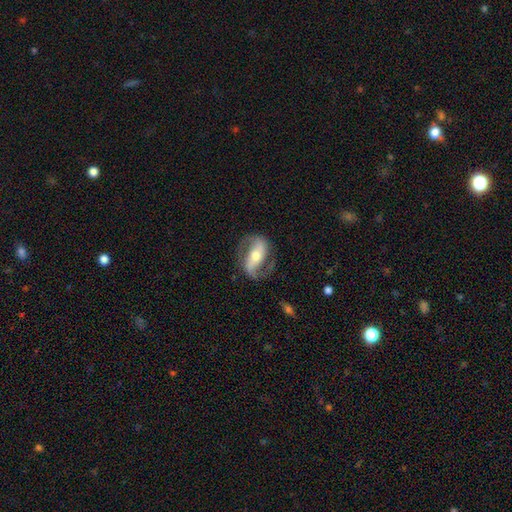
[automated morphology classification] This is clearly a featured or disk galaxy (84%). It is clearly not viewed edge-on (94%). Bar: possibly strong (55%). Spiral arm pattern: clearly yes (93%). Spiral arm count: clearly 2 (90%). Spiral winding: possibly medium (46%). Central bulge: possibly moderate (60%). Merging: likely none (75%).